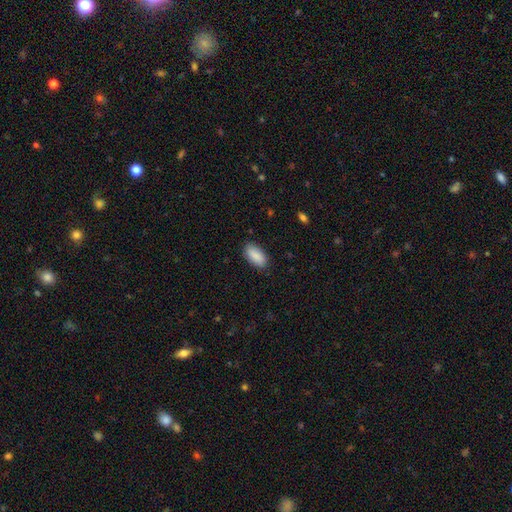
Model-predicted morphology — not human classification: This is clearly a smooth galaxy (89%). How rounded: clearly in between (93%). Merging: clearly none (86%).